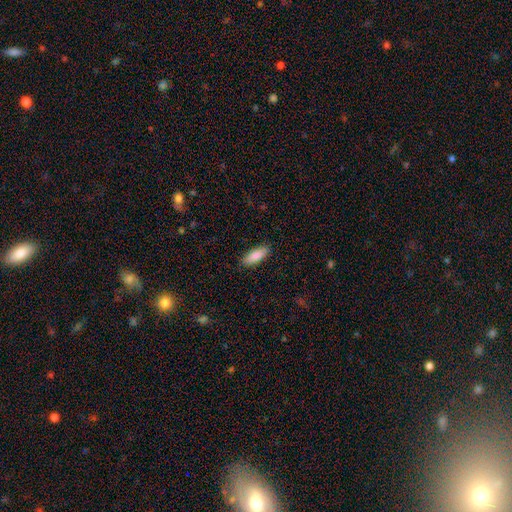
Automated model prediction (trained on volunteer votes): Q: Smooth or featured?
A: smooth (87%); runner-up: featured or disk (7%)
Q: How rounded?
A: in between (66%); runner-up: cigar-shaped (32%)
Q: Merging?
A: none (89%); runner-up: minor disturbance (8%)